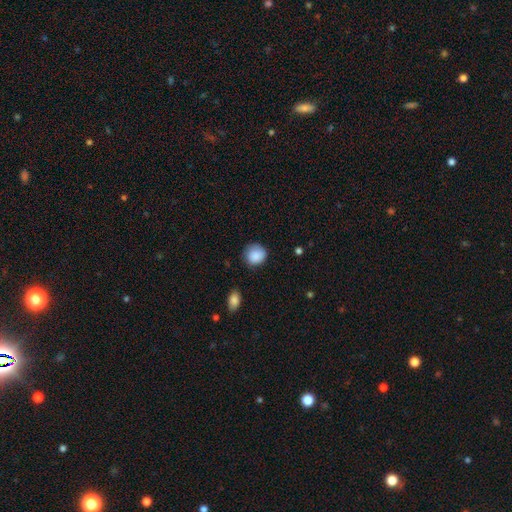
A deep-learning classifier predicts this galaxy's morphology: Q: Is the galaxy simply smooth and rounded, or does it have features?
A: smooth — 88%.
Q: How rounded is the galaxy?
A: round — 85%.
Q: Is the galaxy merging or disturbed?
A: none — 76%.